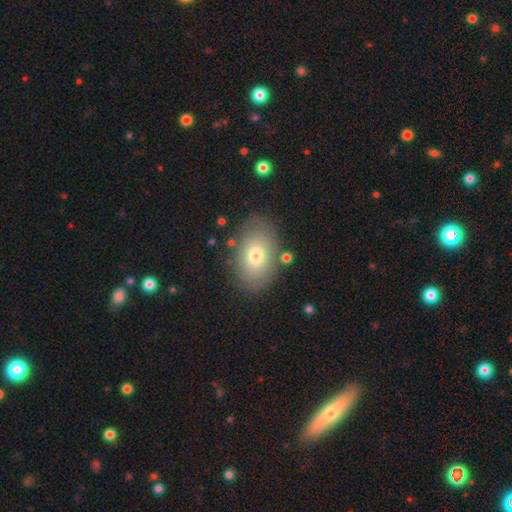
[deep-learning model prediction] Smooth or featured? Predicted: smooth (p=0.71). How rounded? Predicted: in between (p=0.85). Merging? Predicted: none (p=0.80).